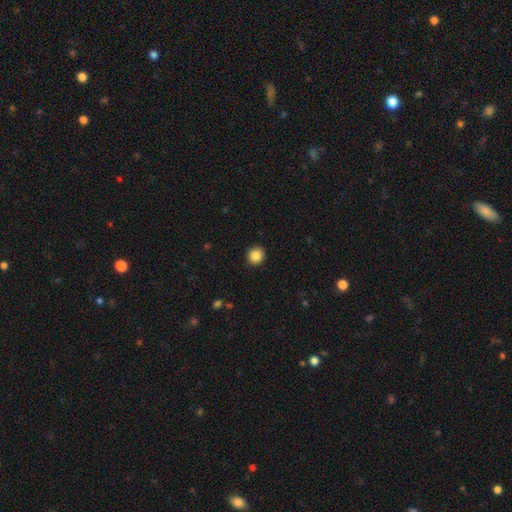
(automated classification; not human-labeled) This is clearly a smooth galaxy (85%). How rounded: clearly round (91%). Merging: clearly none (93%).